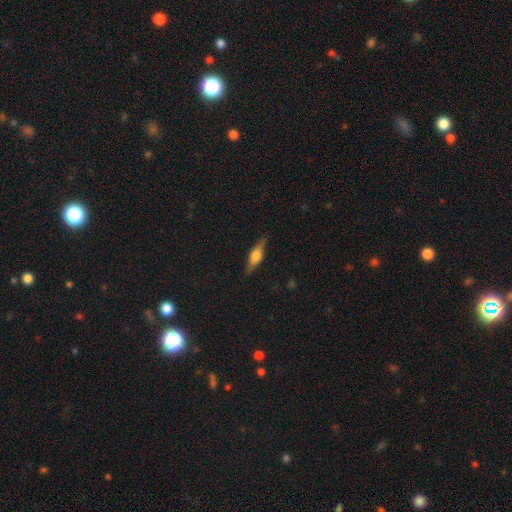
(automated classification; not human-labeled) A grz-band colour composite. It shows a featured or disk galaxy (56%) viewed edge-on (95%) with a rounded central bulge (89%). Merging: none (86%).